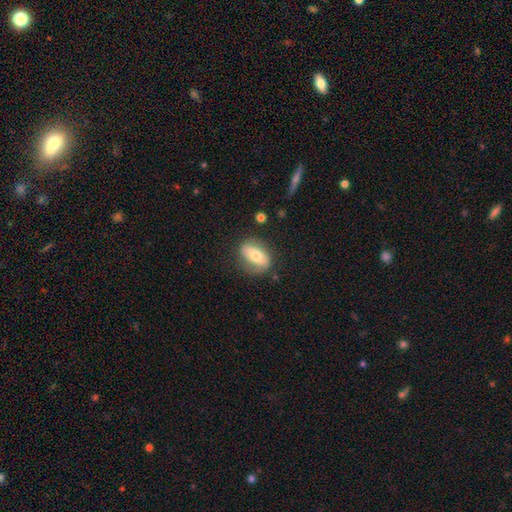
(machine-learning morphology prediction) smooth_or_featured: smooth (p=0.56) [alt: featured or disk p=0.37]
how_rounded: in between (p=0.83) [alt: round p=0.11]
merging: none (p=0.70) [alt: minor disturbance p=0.20]